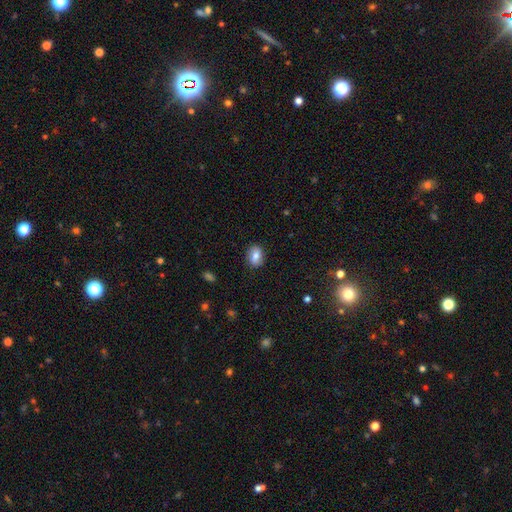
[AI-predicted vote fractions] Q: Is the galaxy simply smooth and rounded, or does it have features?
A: smooth — 78%.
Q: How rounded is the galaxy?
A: in between — 63%.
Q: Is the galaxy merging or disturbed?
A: none — 86%.